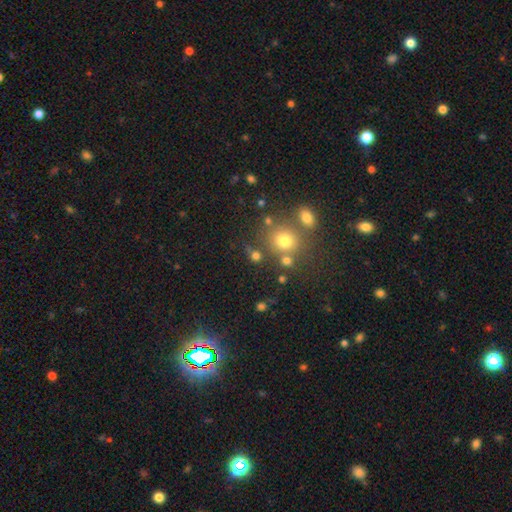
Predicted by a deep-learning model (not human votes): smooth_or_featured: smooth (p=0.71) [alt: star or artifact p=0.20]
how_rounded: round (p=0.80) [alt: in between p=0.19]
merging: none (p=0.69) [alt: merger p=0.15]